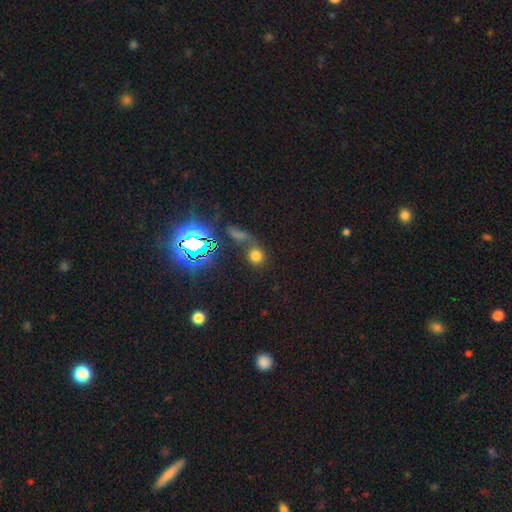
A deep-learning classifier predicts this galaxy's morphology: This is likely a smooth galaxy (64%). How rounded: clearly round (81%). Merging: possibly none (59%).